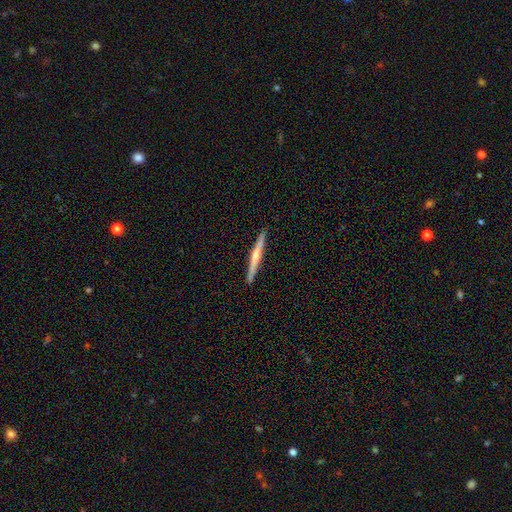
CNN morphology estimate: Smooth or featured? featured or disk (65%)
Edge-on disk? yes (97%)
Edge-on bulge? rounded (71%)
Merging? none (90%)